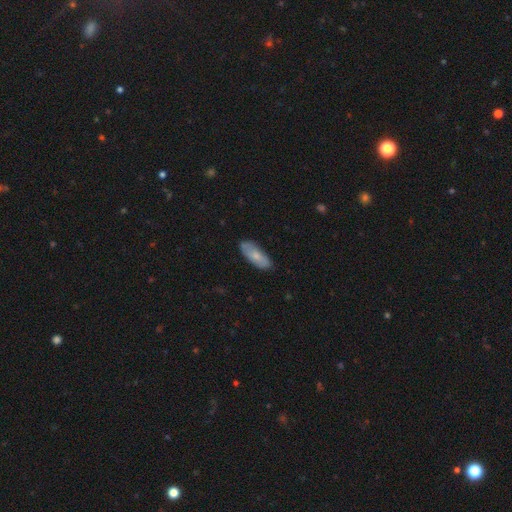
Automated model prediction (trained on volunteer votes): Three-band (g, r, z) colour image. It shows a smooth galaxy with no disk features (71%) that is in between round and cigar-shaped (77%). Merging: none (82%).